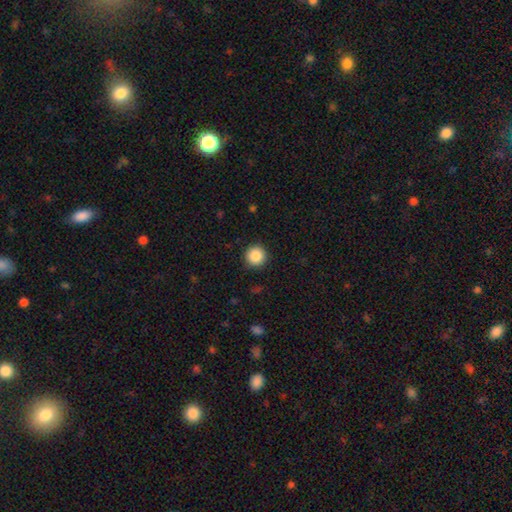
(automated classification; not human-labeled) A smooth galaxy with no disk features (87%) that is round (95%). Merging: none (92%).